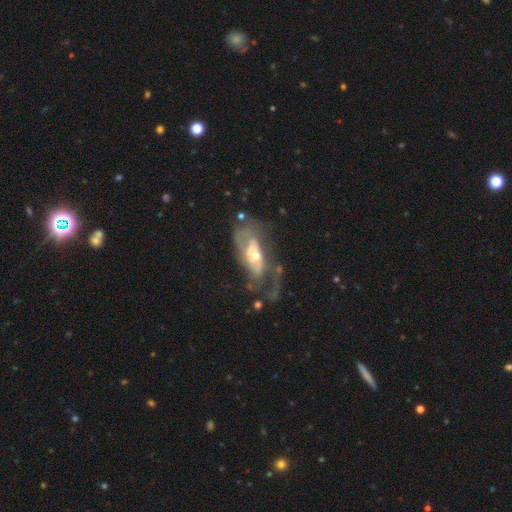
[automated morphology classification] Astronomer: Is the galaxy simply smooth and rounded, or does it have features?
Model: featured or disk — 74%.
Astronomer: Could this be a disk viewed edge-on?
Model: no — 88%.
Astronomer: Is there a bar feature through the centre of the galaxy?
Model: no — 61%.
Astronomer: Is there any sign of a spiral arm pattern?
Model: yes — 71%.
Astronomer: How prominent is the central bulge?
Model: moderate — 49% (runner-up: small, 43%).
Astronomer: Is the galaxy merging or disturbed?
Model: none — 38% (runner-up: major disturbance, 37%).